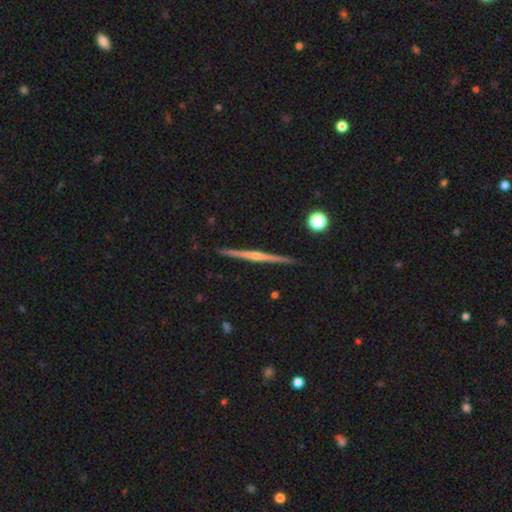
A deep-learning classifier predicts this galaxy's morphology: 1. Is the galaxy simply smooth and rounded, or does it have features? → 81% featured or disk, 13% smooth, 6% star or artifact.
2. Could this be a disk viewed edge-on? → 98% yes, 2% no.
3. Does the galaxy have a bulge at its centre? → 73% rounded, 21% none, 7% boxy.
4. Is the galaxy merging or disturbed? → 93% none, 5% minor disturbance, 1% merger, 1% major disturbance.